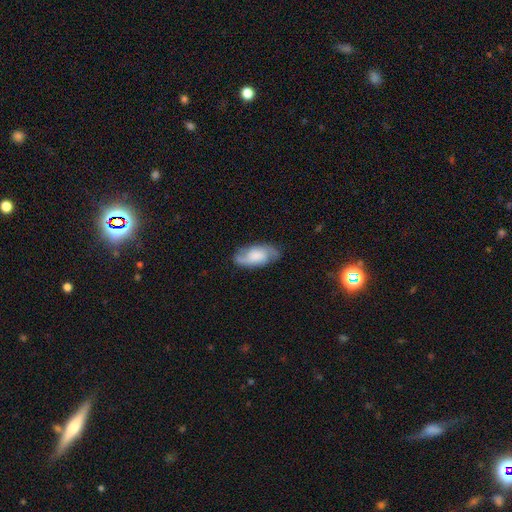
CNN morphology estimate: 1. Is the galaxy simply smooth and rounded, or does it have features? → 60% featured or disk, 33% smooth, 7% star or artifact.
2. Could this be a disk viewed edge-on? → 93% no, 7% yes.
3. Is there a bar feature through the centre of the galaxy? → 58% no, 34% weak, 8% strong.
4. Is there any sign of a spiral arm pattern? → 93% yes, 7% no.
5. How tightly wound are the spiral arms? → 44% medium, 38% loose, 18% tight.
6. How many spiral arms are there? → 80% 2, 7% can't tell, 6% 3, 4% 1, 2% 4, 1% more than 4.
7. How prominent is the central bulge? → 28% large, 26% none, 24% moderate, 17% small, 5% dominant.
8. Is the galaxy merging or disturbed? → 76% none, 17% minor disturbance, 6% major disturbance, 1% merger.